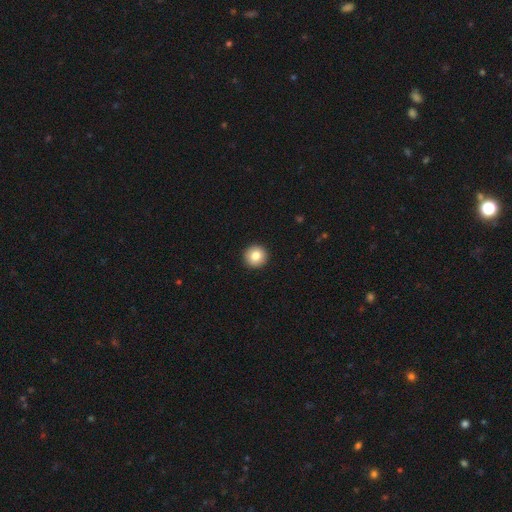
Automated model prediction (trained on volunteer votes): Smooth or featured: smooth — 84% (star or artifact — 9%)
How rounded: round — 95% (in between — 4%)
Merging: none — 93% (minor disturbance — 4%)